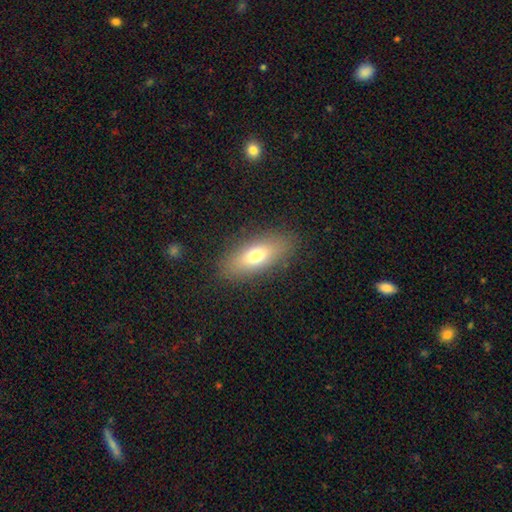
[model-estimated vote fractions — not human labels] Overall: smooth (71%). How rounded: in between (73%). Merging: none (86%).